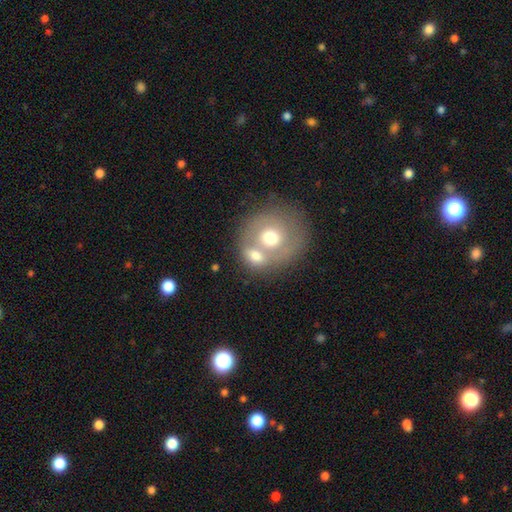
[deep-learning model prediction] Morphology: type=smooth (61%); roundness=round (68%); merging=merger (54%).